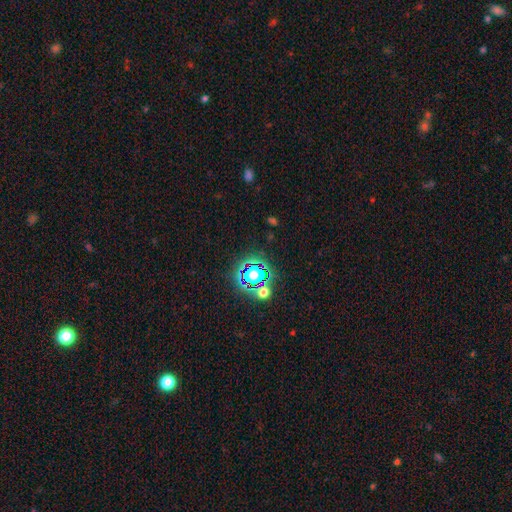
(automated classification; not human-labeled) smooth-or-featured: star or artifact: 79% | smooth: 13% | featured or disk: 8%